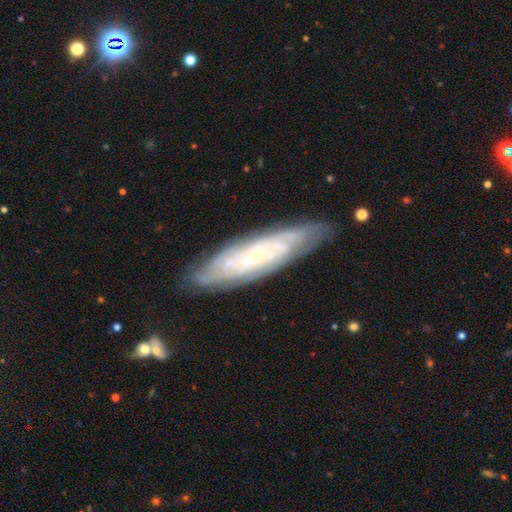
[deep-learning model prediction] smooth-or-featured: featured or disk: 72% | smooth: 21% | star or artifact: 7%
  disk-edge-on: no: 71% | yes: 29%
    bar: no: 70% | weak: 23% | strong: 7%
    has-spiral-arms: yes: 90% | no: 10%
    bulge-size: small: 79% | moderate: 10% | none: 8% | large: 1% | dominant: 1%
  merging: none: 80% | minor disturbance: 15% | major disturbance: 3% | merger: 2%